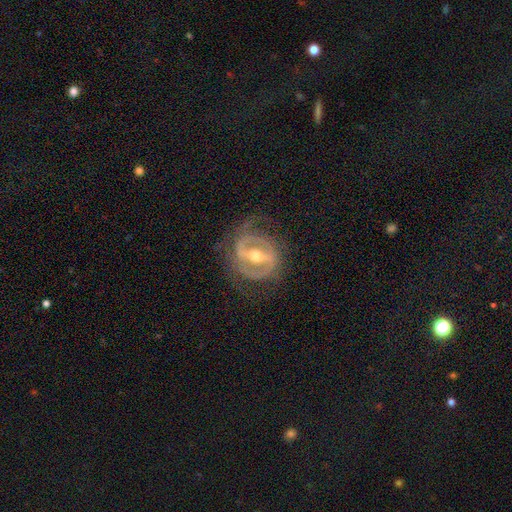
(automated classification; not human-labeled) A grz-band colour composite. It shows a featured or disk galaxy (87%) with a strong bar (71%), 2 (69%) tight (49%) spiral arms (74%) and a moderate central bulge (70%). Merging: none (73%).